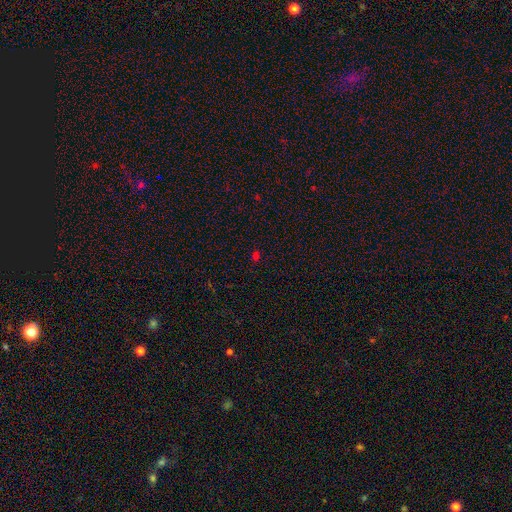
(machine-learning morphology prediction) Smooth or featured? smooth (54%)
How rounded? in between (50%)
Merging? none (83%)